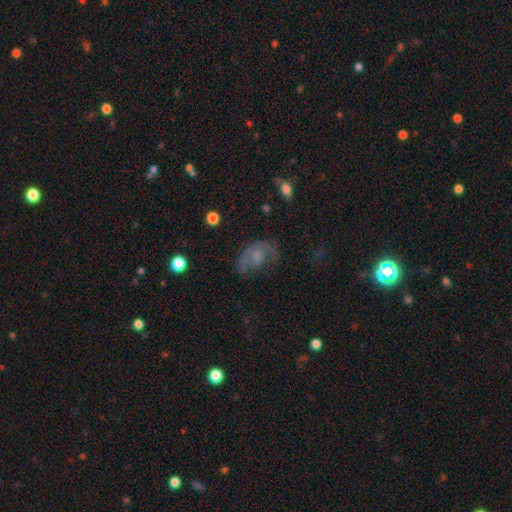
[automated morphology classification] Smooth or featured?
  - featured or disk: 46% *
  - smooth: 40%
  - star or artifact: 14%
Merging?
  - none: 38% *
  - major disturbance: 35%
  - minor disturbance: 24%
  - merger: 3%